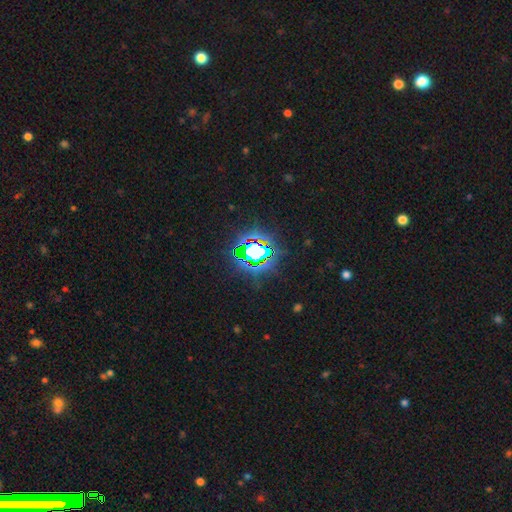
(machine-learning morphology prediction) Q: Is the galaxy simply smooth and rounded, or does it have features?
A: star or artifact — 82%.